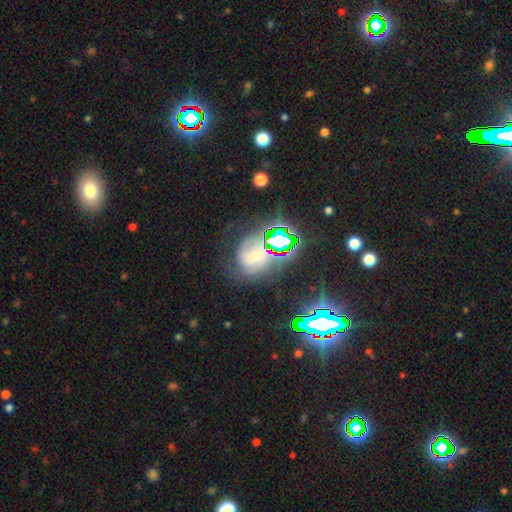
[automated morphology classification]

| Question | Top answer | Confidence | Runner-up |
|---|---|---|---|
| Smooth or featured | featured or disk | 39% | star or artifact (36%) |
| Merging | none | 53% | minor disturbance (21%) |